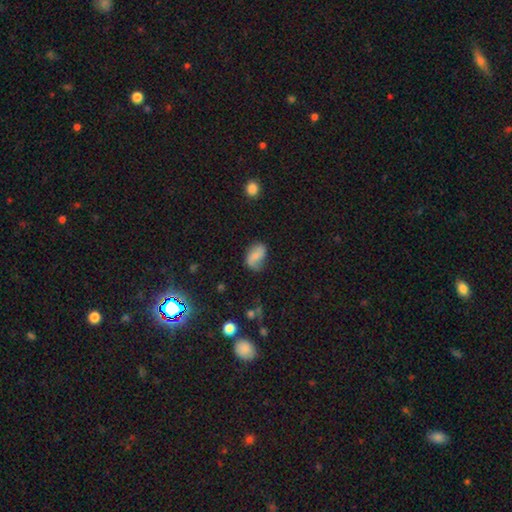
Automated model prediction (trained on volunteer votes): Smooth or featured: smooth — 54% (featured or disk — 37%)
How rounded: in between — 85% (round — 13%)
Merging: none — 58% (minor disturbance — 29%)